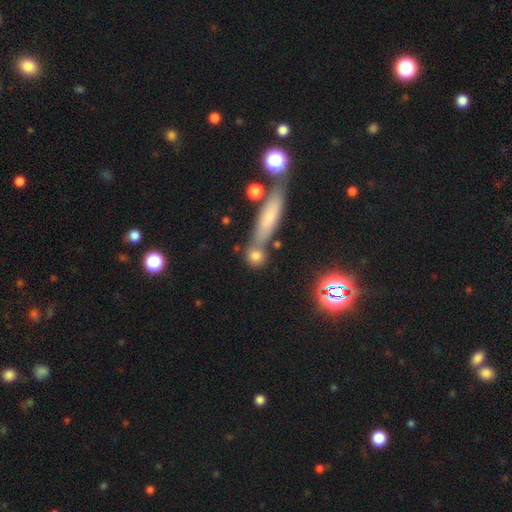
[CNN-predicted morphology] Overall: smooth (76%). How rounded: round (70%). Merging: none (61%; merger 23%).